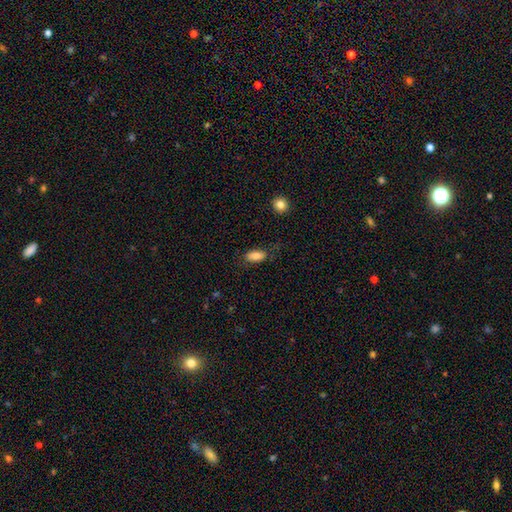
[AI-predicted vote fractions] smooth 81%, featured or disk 11%, star or artifact 7%. Down the decision tree: how rounded — in between (89%); merging — none (75%).